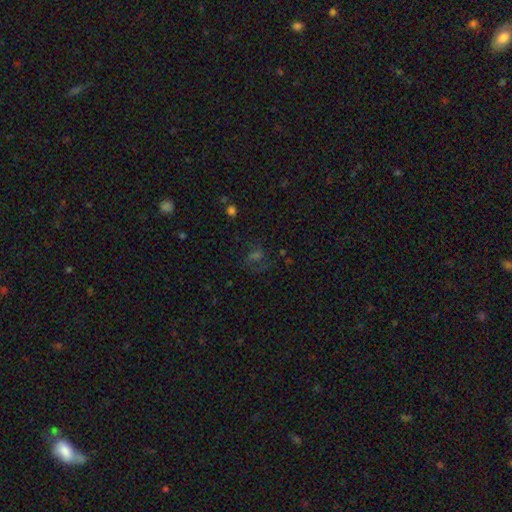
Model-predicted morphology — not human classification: Smooth or featured?
  - star or artifact: 44% *
  - smooth: 33%
  - featured or disk: 23%